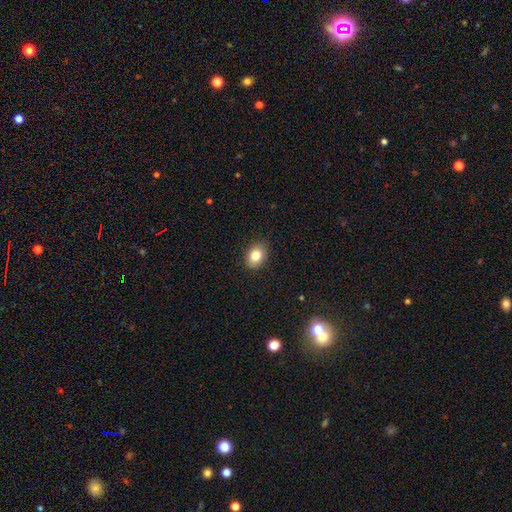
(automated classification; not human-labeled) A smooth galaxy with no disk features (81%) that is in between round and cigar-shaped (64%). Merging: none (88%).